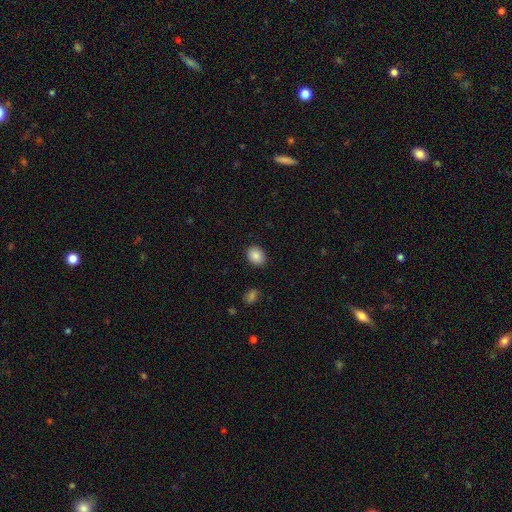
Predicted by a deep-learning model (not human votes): This appears to be a smooth galaxy with no disk features (87%) that is in between round and cigar-shaped (52%). Merging: none (88%).